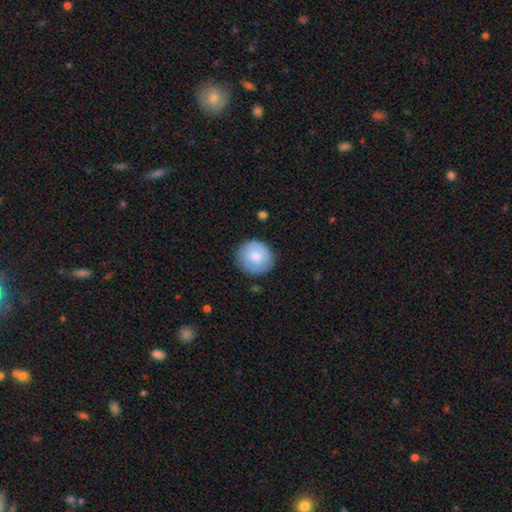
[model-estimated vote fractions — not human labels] Overall: smooth (75%). How rounded: round (90%). Merging: none (82%).